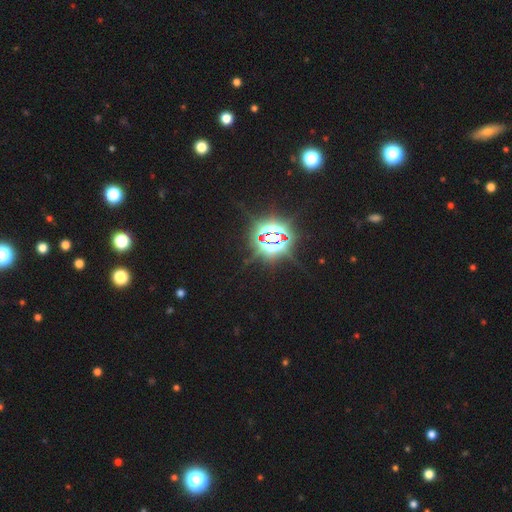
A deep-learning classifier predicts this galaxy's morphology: Smooth or featured?
  - star or artifact: 84% *
  - smooth: 10%
  - featured or disk: 6%